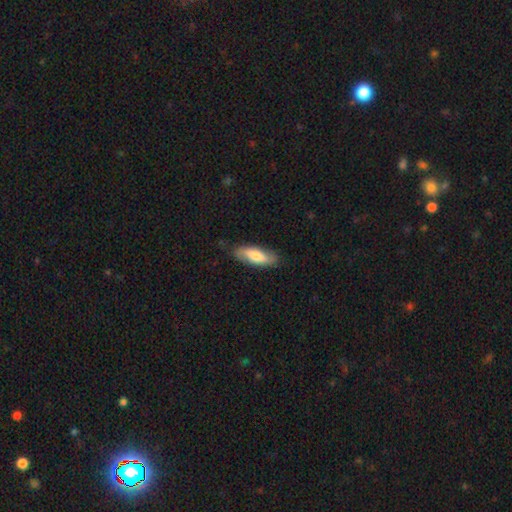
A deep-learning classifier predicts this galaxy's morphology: Q: Smooth or featured?
A: smooth (62%); runner-up: featured or disk (32%)
Q: How rounded?
A: in between (65%); runner-up: cigar-shaped (32%)
Q: Merging?
A: none (79%); runner-up: minor disturbance (16%)